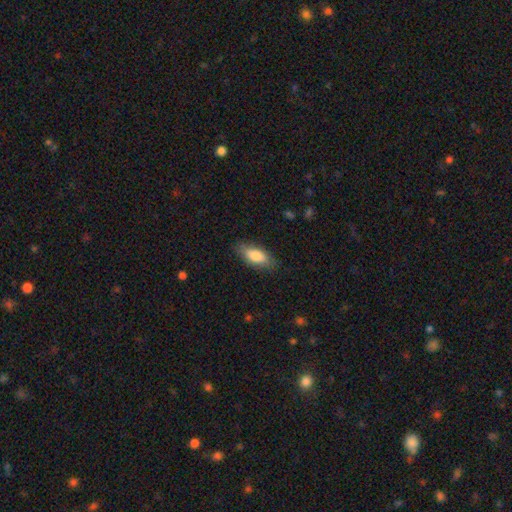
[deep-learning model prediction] smooth-or-featured: smooth: 79% | featured or disk: 15% | star or artifact: 6%
  how-rounded: in between: 80% | cigar-shaped: 18% | round: 2%
  merging: none: 81% | minor disturbance: 14% | major disturbance: 3% | merger: 1%